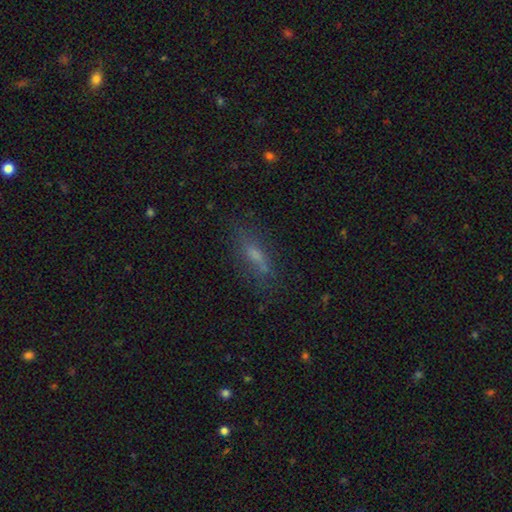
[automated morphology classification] This is possibly a smooth galaxy (54%). How rounded: possibly cigar-shaped (54%). Merging: likely none (69%).